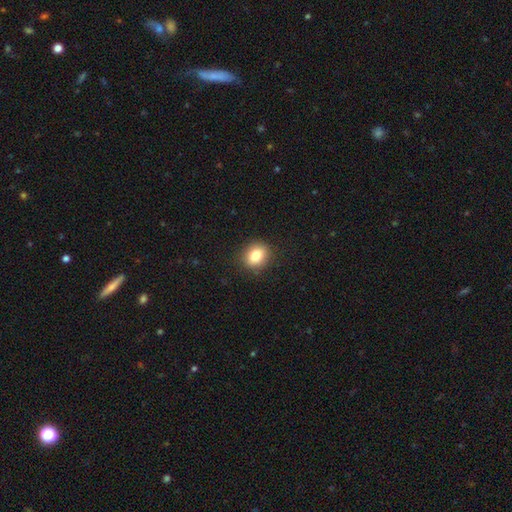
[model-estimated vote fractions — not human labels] Smooth or featured? smooth (83%)
How rounded? round (59%)
Merging? none (89%)